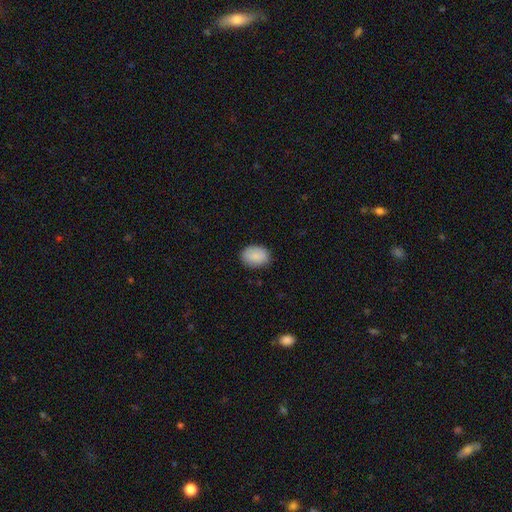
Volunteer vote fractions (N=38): This is clearly a smooth galaxy (95%). How rounded: likely in between (72%). Merging: clearly none (97%).